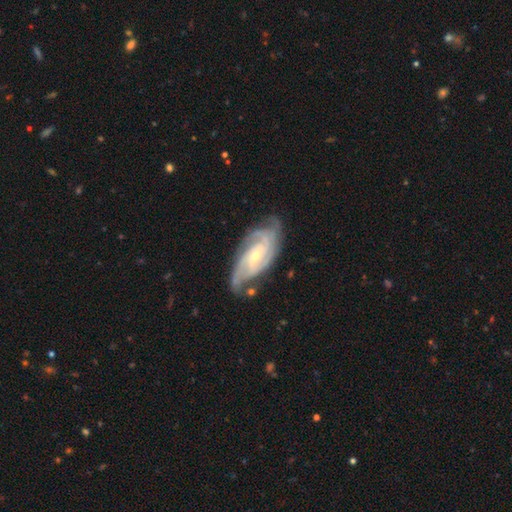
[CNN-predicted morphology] Q: Smooth or featured?
A: featured or disk (88%); runner-up: smooth (6%)
Q: Edge-on disk?
A: no (95%); runner-up: yes (5%)
Q: Bar?
A: no (50%); runner-up: weak (38%)
Q: Spiral arms?
A: yes (98%); runner-up: no (2%)
Q: Spiral winding?
A: tight (58%); runner-up: medium (36%)
Q: Spiral arm count?
A: 3 (33%); runner-up: 4 (23%)
Q: Bulge size?
A: small (64%); runner-up: moderate (33%)
Q: Merging?
A: none (71%); runner-up: minor disturbance (21%)